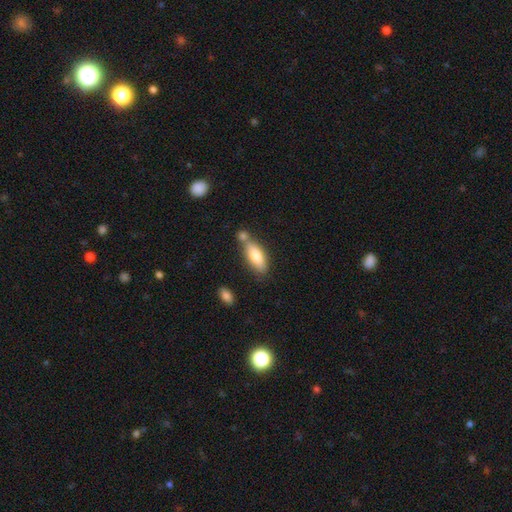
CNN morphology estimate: A smooth galaxy with no disk features (78%) that is in between round and cigar-shaped (71%). Merging: none (51%).